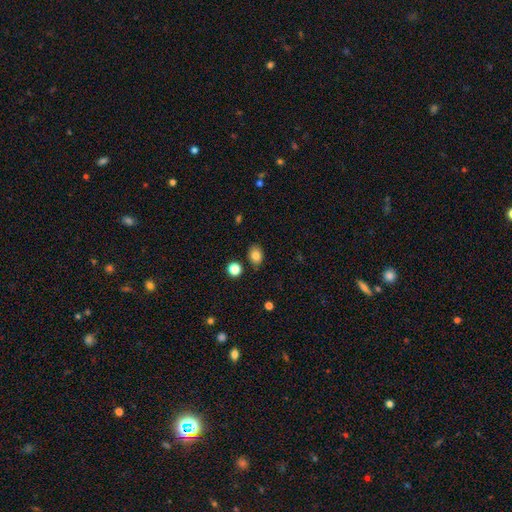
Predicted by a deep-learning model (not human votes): Smooth or featured? Predicted: smooth (p=0.83). How rounded? Predicted: in between (p=0.65). Merging? Predicted: none (p=0.83).